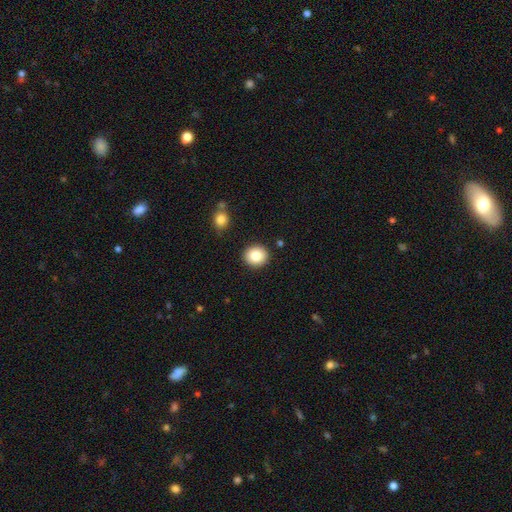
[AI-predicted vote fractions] smooth-or-featured: smooth: 84% | star or artifact: 9% | featured or disk: 8%
  how-rounded: round: 86% | in between: 13% | cigar-shaped: 1%
  merging: none: 90% | minor disturbance: 6% | merger: 2% | major disturbance: 2%